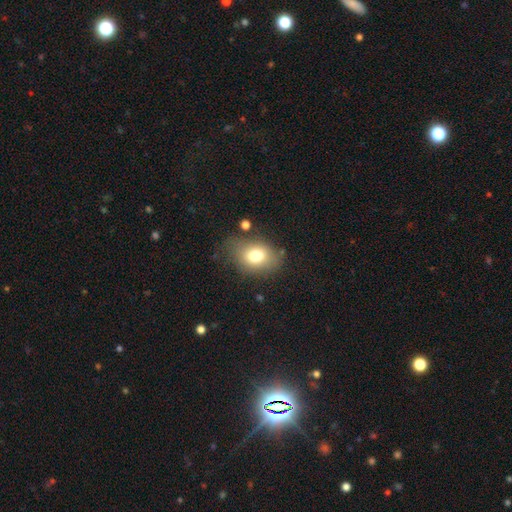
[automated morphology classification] smooth 75%, featured or disk 15%, star or artifact 10%. Down the decision tree: how rounded — in between (70%); merging — none (66%).